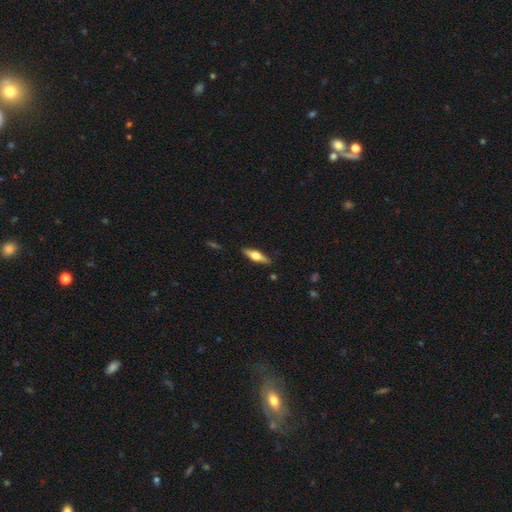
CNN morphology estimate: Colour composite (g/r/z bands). It shows a featured or disk galaxy (55%) viewed edge-on (94%) with a rounded central bulge (93%). Merging: none (88%).